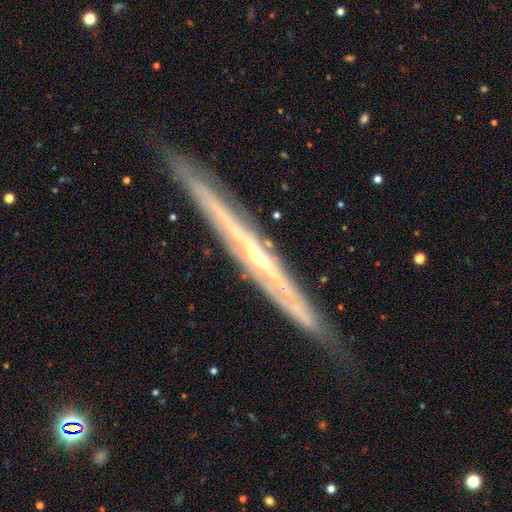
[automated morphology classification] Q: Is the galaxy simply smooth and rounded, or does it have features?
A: featured or disk — 82%.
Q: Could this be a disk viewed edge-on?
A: yes — 94%.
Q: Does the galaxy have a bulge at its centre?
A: none — 52%.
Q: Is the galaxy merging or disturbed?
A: none — 85%.